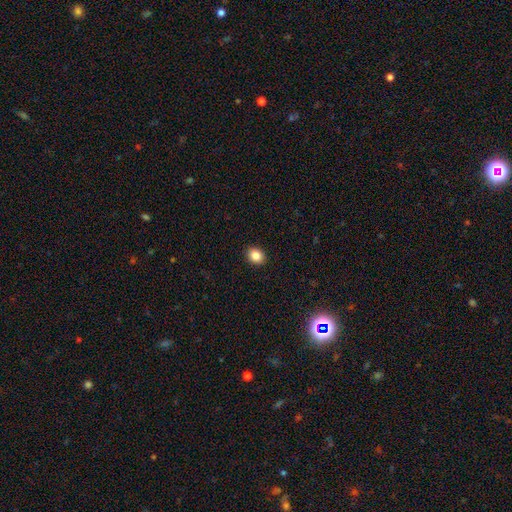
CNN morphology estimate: This is clearly a smooth galaxy (86%). How rounded: possibly in between (52%). Merging: clearly none (92%).